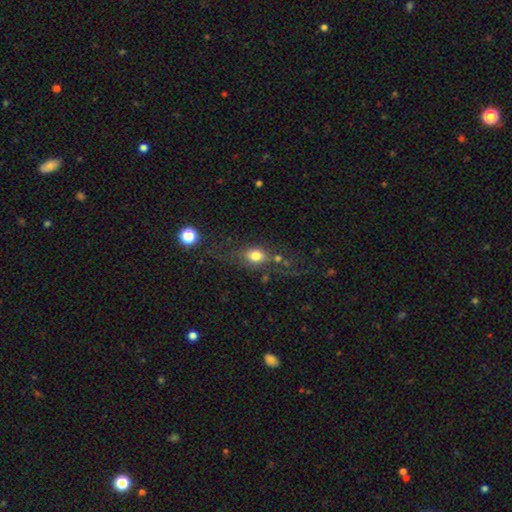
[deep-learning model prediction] A smooth galaxy with no disk features (70%) that is in between round and cigar-shaped (55%). Merging: none (53%).